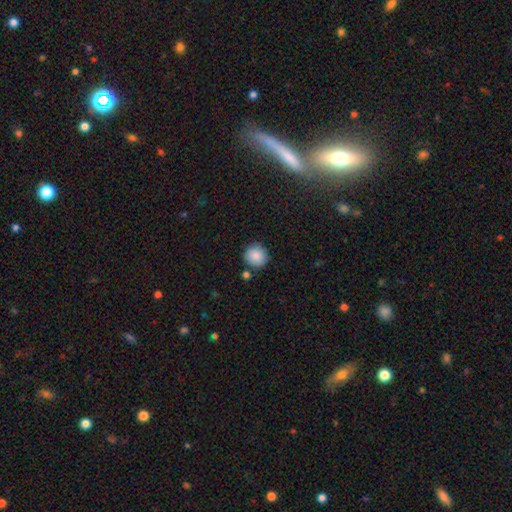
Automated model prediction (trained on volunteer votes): Smooth or featured?
  - smooth: 88% *
  - star or artifact: 8%
  - featured or disk: 4%
How rounded?
  - round: 92% *
  - in between: 7%
  - cigar-shaped: 1%
Merging?
  - none: 82% *
  - minor disturbance: 10%
  - merger: 6%
  - major disturbance: 3%